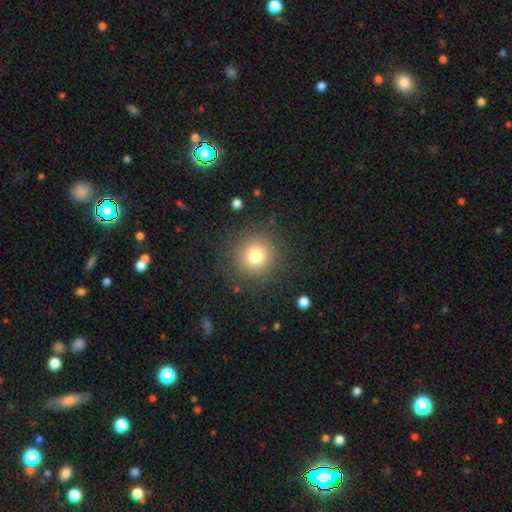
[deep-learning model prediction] A smooth galaxy with no disk features (77%) that is round (93%).

Vote fractions:
- Smooth or featured? smooth: 77% / star or artifact: 13% / featured or disk: 10%
- How rounded? round: 93% / in between: 6% / cigar-shaped: 1%
- Merging? none: 86% / minor disturbance: 8% / major disturbance: 4% / merger: 1%